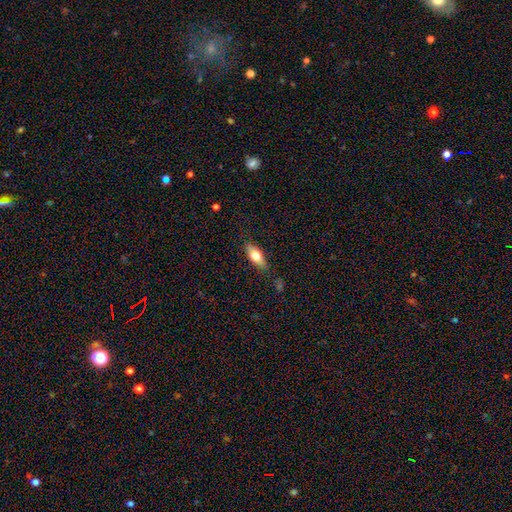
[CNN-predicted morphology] Smooth or featured: smooth — 70% (featured or disk — 24%)
How rounded: in between — 74% (cigar-shaped — 23%)
Merging: none — 83% (minor disturbance — 13%)